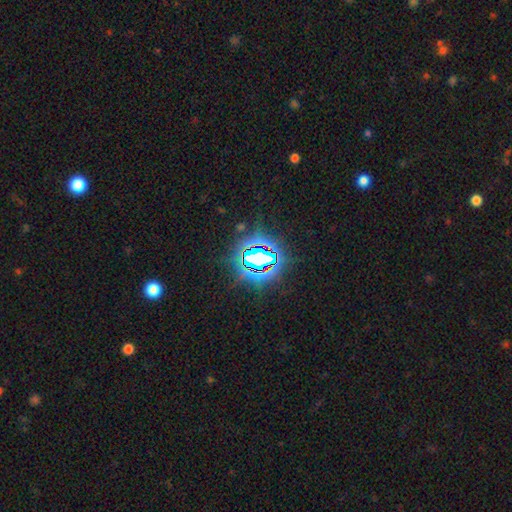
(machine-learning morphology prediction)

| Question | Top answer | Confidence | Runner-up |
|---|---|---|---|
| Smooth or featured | star or artifact | 79% | smooth (12%) |